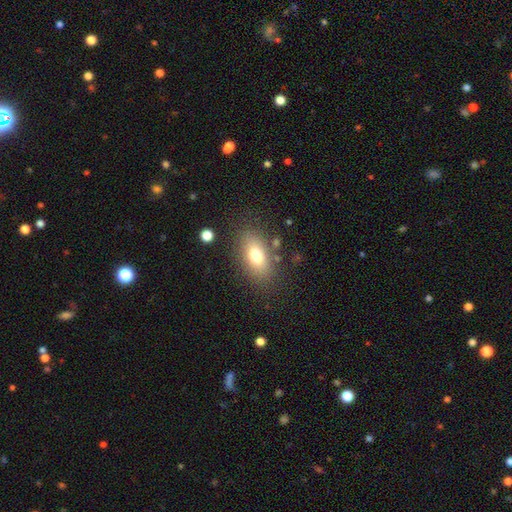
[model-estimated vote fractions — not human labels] smooth-or-featured: smooth: 73% | featured or disk: 17% | star or artifact: 10%
  how-rounded: in between: 86% | round: 9% | cigar-shaped: 5%
  merging: none: 80% | minor disturbance: 12% | major disturbance: 5% | merger: 3%